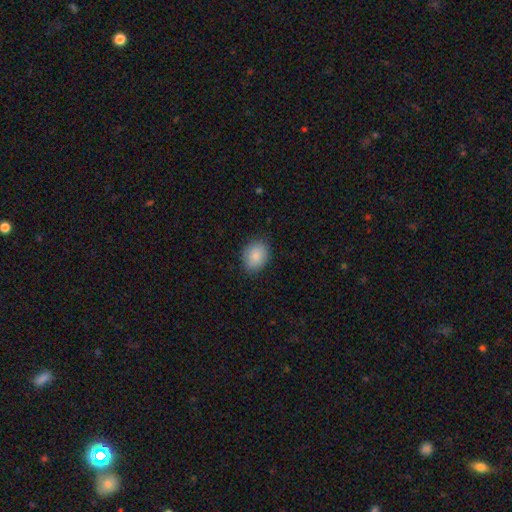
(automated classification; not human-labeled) A smooth galaxy with no disk features (87%) that is in between round and cigar-shaped (56%). Merging: none (85%).